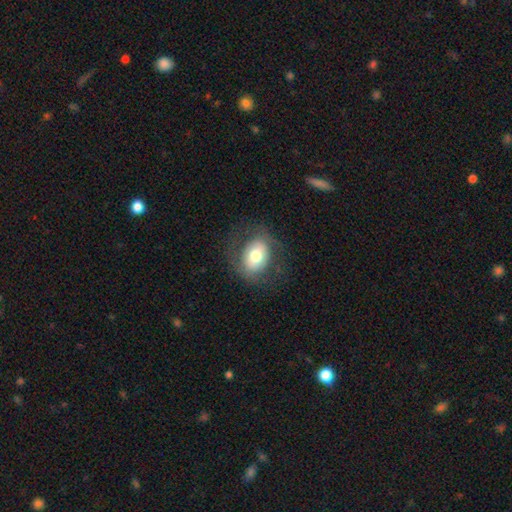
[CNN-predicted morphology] This appears to be a smooth galaxy with no disk features (66%) that is in between round and cigar-shaped (61%). Merging: none (73%).